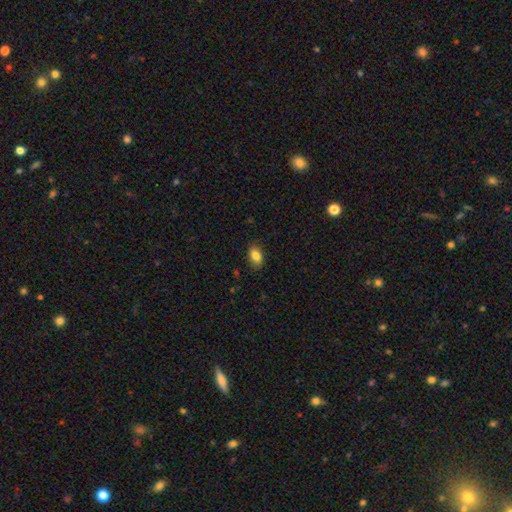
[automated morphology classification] The model was most divided on "merging": none: 83%, minor disturbance: 14%, major disturbance: 3%, merger: 1%. More confident: how rounded — in between (89%); smooth or featured — smooth (84%).